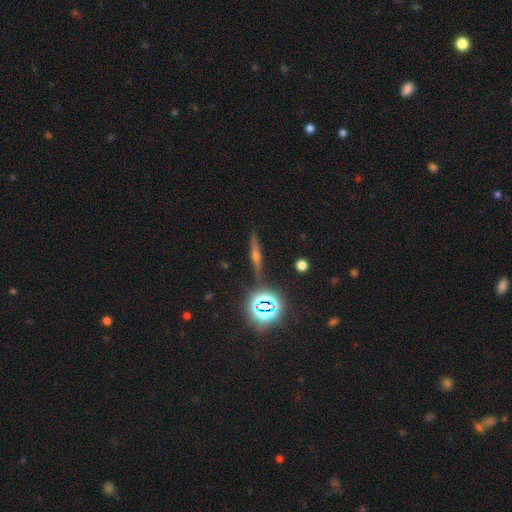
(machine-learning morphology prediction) smooth_or_featured: featured or disk (p=0.59) [alt: star or artifact p=0.24]
disk_edge_on: yes (p=0.95) [alt: no p=0.05]
edge_on_bulge: rounded (p=0.89) [alt: none p=0.06]
merging: none (p=0.90) [alt: minor disturbance p=0.06]